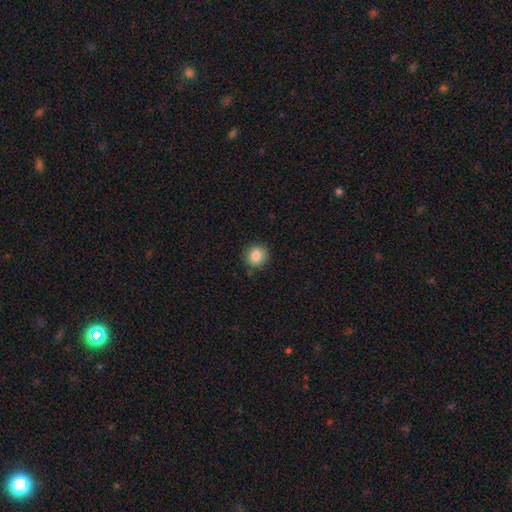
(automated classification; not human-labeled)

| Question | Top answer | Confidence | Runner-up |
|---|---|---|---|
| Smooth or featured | smooth | 84% | star or artifact (10%) |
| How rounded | round | 85% | in between (14%) |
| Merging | none | 86% | minor disturbance (10%) |